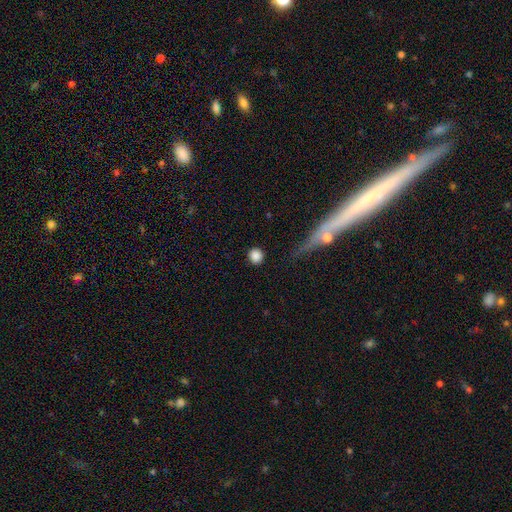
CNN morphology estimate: Smooth or featured? smooth (86%)
How rounded? round (94%)
Merging? none (89%)